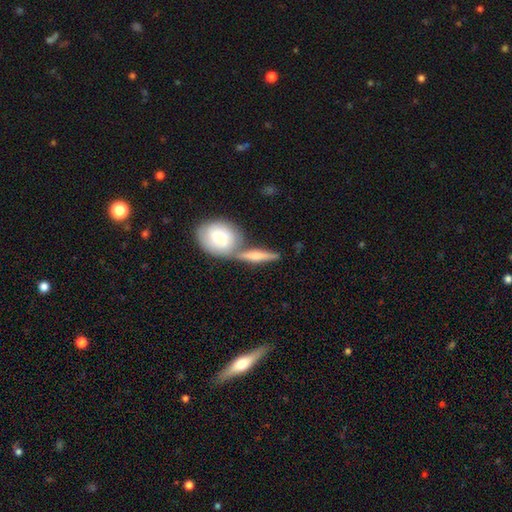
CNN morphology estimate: Q: Smooth or featured?
A: smooth (53%); runner-up: featured or disk (40%)
Q: How rounded?
A: cigar-shaped (58%); runner-up: in between (31%)
Q: Merging?
A: none (54%); runner-up: merger (32%)